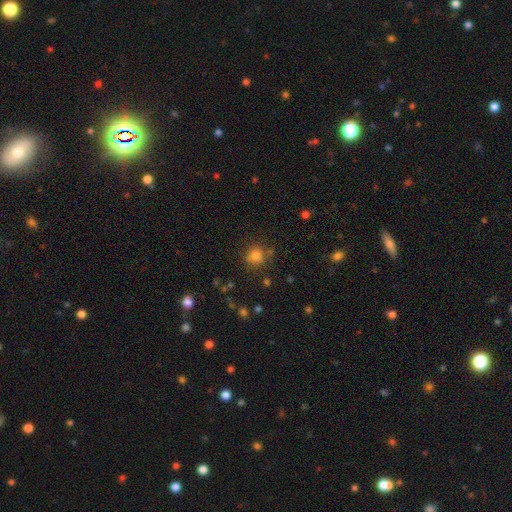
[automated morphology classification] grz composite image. It shows a smooth galaxy with no disk features (78%) that is round (86%). Merging: none (77%).